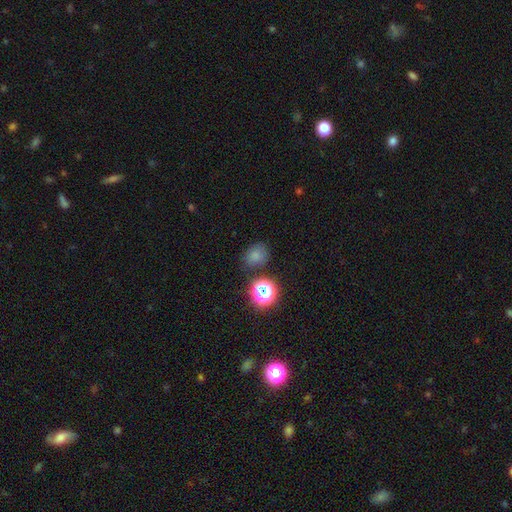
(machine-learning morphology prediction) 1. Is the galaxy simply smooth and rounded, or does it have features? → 71% smooth, 22% star or artifact, 6% featured or disk.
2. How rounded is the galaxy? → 61% round, 38% in between, 1% cigar-shaped.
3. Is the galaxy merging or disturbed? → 73% none, 15% minor disturbance, 7% merger, 5% major disturbance.